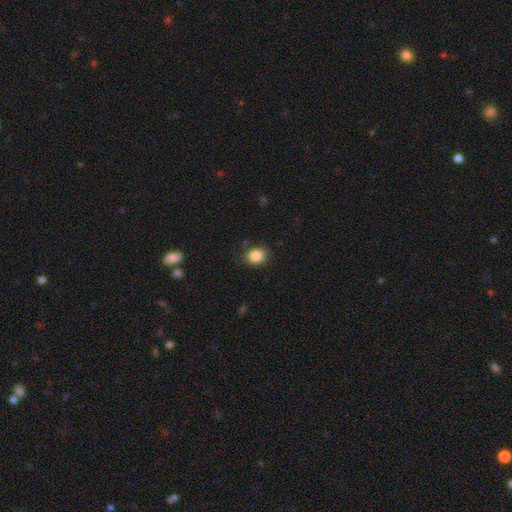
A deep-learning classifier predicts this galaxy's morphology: Smooth or featured? smooth (86%)
How rounded? round (60%)
Merging? none (81%)